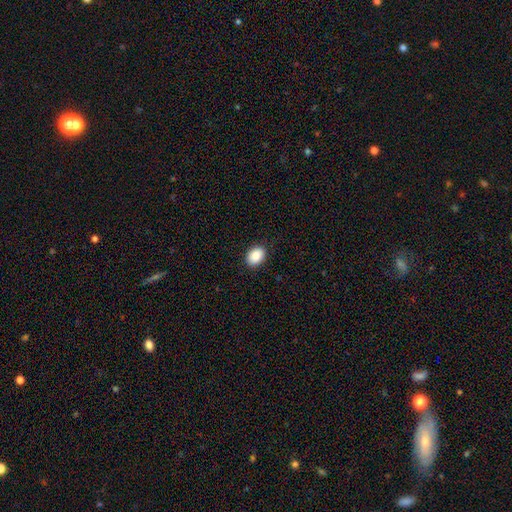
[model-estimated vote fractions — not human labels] Smooth or featured?
  - smooth: 88% *
  - star or artifact: 8%
  - featured or disk: 5%
How rounded?
  - in between: 76% *
  - round: 23%
  - cigar-shaped: 1%
Merging?
  - none: 89% *
  - minor disturbance: 8%
  - major disturbance: 2%
  - merger: 1%